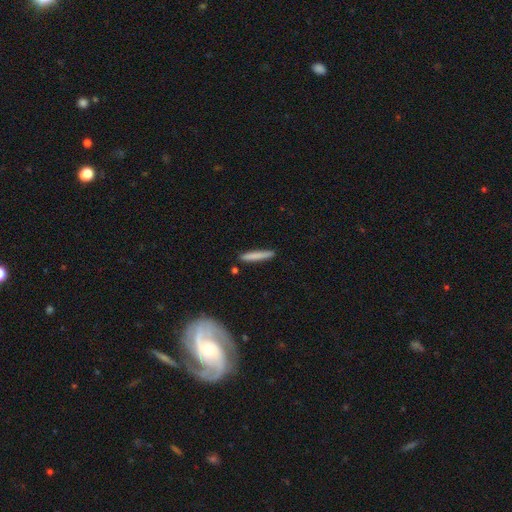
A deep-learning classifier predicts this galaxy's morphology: smooth_or_featured: smooth (p=0.79) [alt: featured or disk p=0.15]
how_rounded: cigar-shaped (p=0.94) [alt: in between p=0.05]
merging: none (p=0.87) [alt: minor disturbance p=0.08]